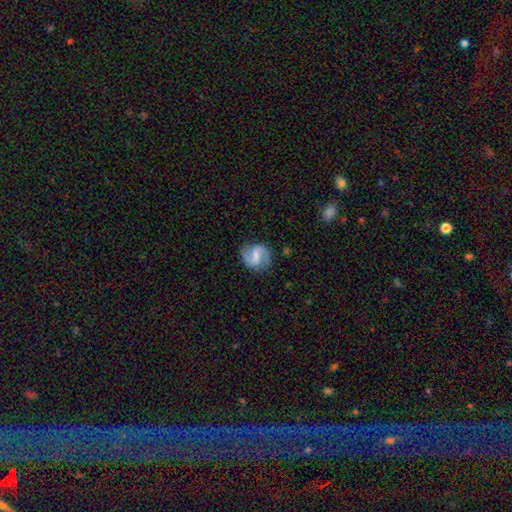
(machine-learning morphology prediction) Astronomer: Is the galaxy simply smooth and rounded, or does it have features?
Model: featured or disk — 81%.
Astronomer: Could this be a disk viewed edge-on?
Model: no — 98%.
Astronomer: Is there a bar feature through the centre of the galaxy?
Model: weak — 54%.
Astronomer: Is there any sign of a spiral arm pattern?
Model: yes — 96%.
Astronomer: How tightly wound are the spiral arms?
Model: medium — 52% (runner-up: loose, 31%).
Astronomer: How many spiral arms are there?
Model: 2 — 92%.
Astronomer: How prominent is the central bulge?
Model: small — 42%, tied with moderate at 42%.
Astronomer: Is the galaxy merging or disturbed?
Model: none — 82%.